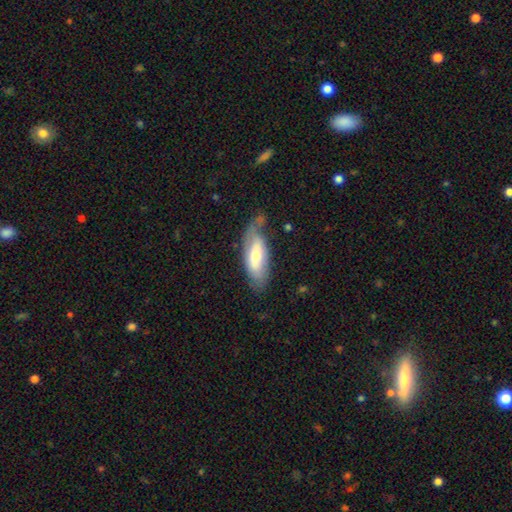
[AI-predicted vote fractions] A smooth galaxy with no disk features (49%).

Vote fractions:
- Smooth or featured? smooth: 49% / featured or disk: 45% / star or artifact: 6%
- Merging? none: 54% / minor disturbance: 30% / major disturbance: 12% / merger: 4%